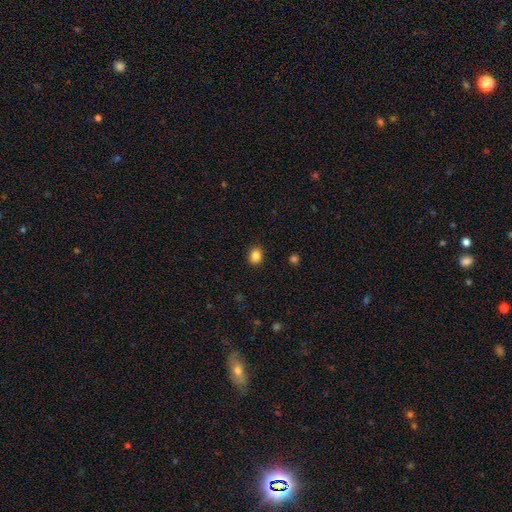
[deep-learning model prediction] smooth_or_featured: smooth (p=0.85) [alt: star or artifact p=0.10]
how_rounded: in between (p=0.50) [alt: round p=0.49]
merging: none (p=0.89) [alt: minor disturbance p=0.08]